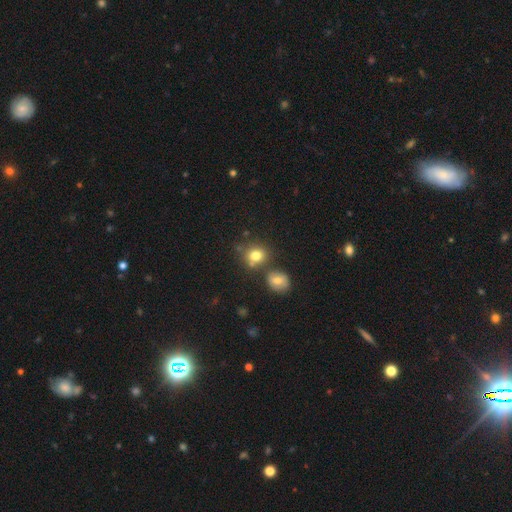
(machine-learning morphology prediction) Overall: smooth (78%). How rounded: round (76%). Merging: none (62%).